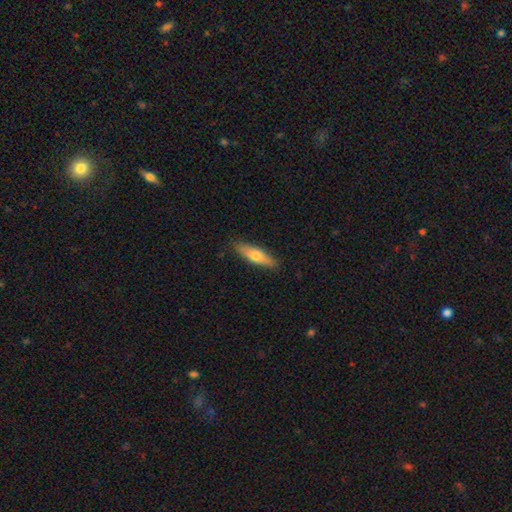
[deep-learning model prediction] This appears to be a smooth galaxy with no disk features (65%) that is cigar-shaped (63%). Merging: none (89%).